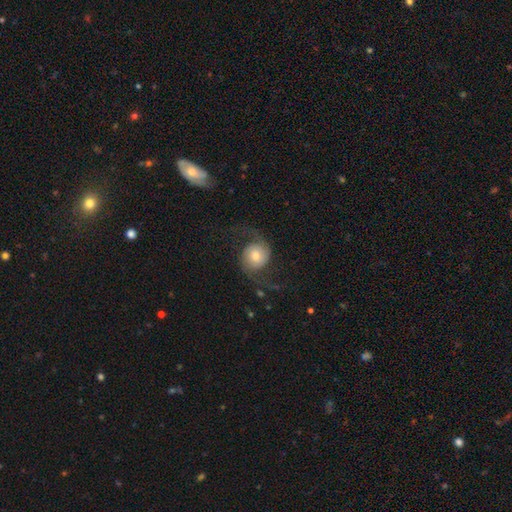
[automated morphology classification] This appears to be a featured or disk galaxy (76%) with no bar (71%), 2 (93%) loose (69%) spiral arms (95%) and a moderate central bulge (54%). Merging: none (69%).